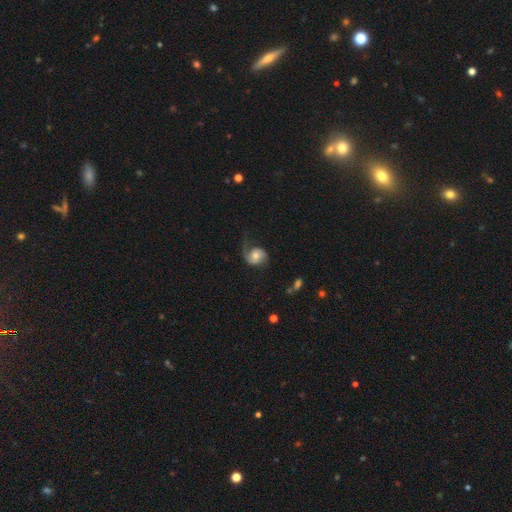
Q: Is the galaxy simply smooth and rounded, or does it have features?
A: smooth — 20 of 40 (50%).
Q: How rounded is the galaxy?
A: round — 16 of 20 (80%).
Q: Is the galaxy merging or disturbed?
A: major disturbance — 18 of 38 (47%).